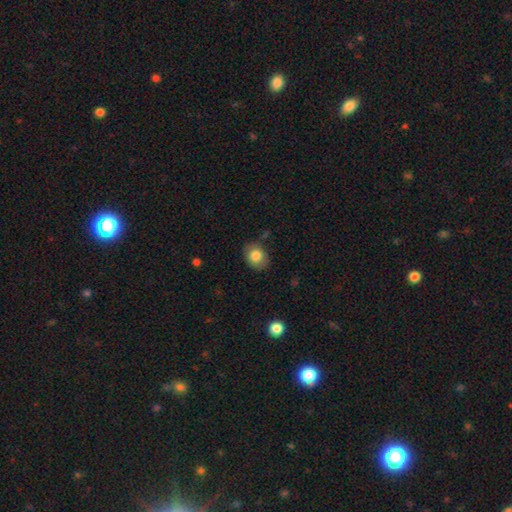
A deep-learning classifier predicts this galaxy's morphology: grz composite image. It shows a smooth galaxy with no disk features (81%) that is round (51%). Merging: none (75%).